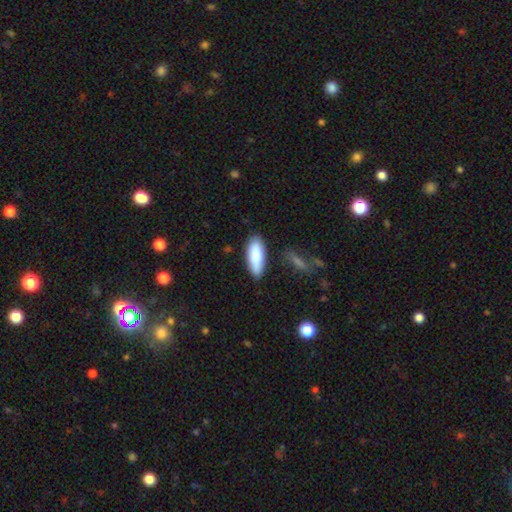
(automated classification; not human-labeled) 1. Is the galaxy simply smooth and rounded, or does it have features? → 87% smooth, 7% featured or disk, 6% star or artifact.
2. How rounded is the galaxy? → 67% in between, 31% cigar-shaped, 2% round.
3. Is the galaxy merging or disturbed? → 82% none, 12% minor disturbance, 3% merger, 3% major disturbance.